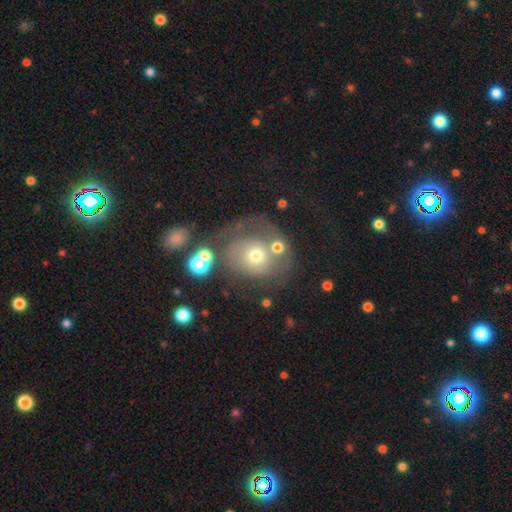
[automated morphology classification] A featured or disk galaxy (44%).

Vote fractions:
- Smooth or featured? featured or disk: 44% / smooth: 42% / star or artifact: 14%
- Merging? none: 42% / major disturbance: 23% / minor disturbance: 19% / merger: 16%